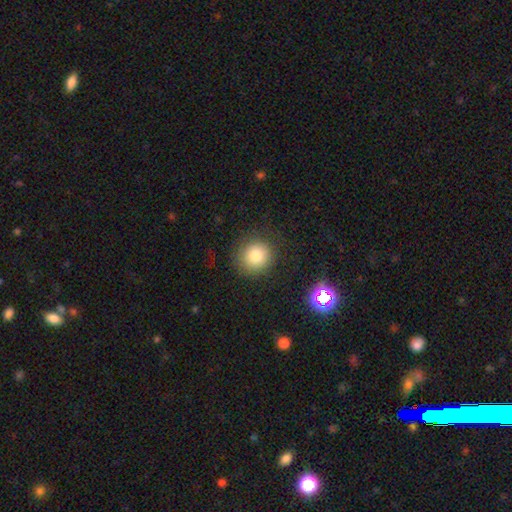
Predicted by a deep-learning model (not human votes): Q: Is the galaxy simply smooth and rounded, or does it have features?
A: smooth — 81%.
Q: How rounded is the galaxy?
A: round — 90%.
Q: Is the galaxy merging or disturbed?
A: none — 84%.